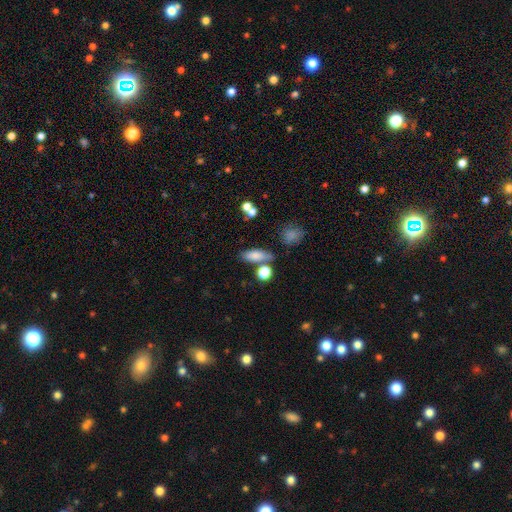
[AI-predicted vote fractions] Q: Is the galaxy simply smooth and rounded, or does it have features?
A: smooth — 79%.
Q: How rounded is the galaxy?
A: in between — 65%.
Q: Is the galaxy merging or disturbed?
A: none — 65%.